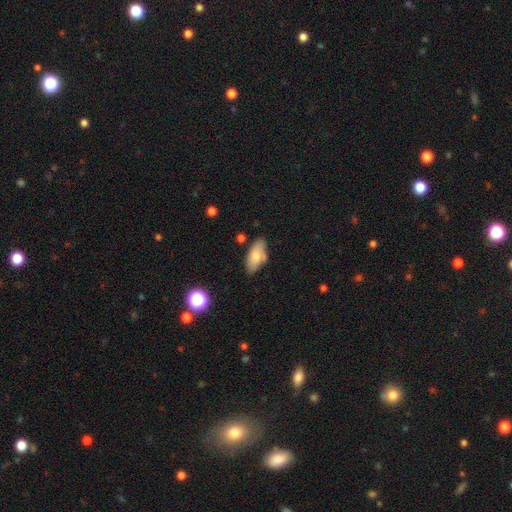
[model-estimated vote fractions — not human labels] Smooth or featured? smooth (73%)
How rounded? in between (90%)
Merging? none (71%)